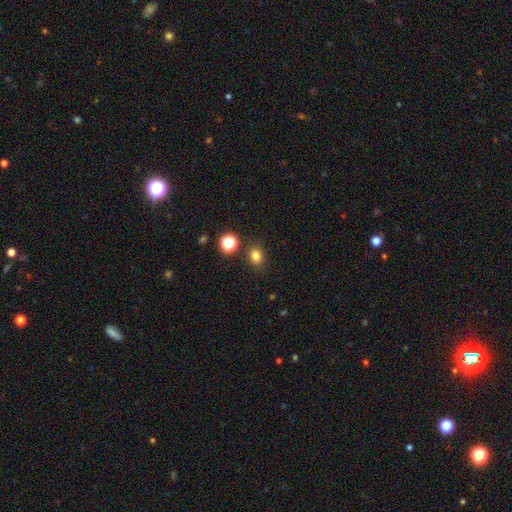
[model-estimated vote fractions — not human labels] This is likely a smooth galaxy (79%). How rounded: possibly round (59%). Merging: clearly none (83%).